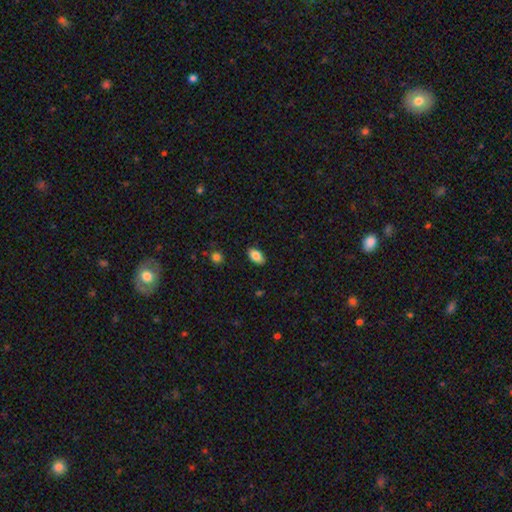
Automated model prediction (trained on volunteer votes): Smooth or featured: smooth — 84% (featured or disk — 8%)
How rounded: in between — 93% (round — 5%)
Merging: none — 88% (minor disturbance — 9%)